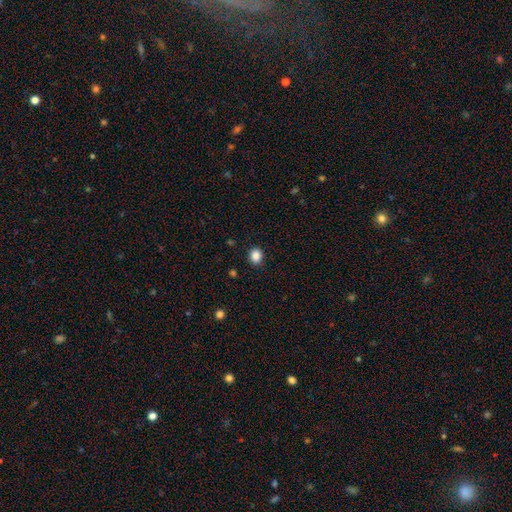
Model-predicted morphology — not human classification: The model was most divided on "how rounded": round: 60%, in between: 39%, cigar-shaped: 1%. More confident: merging — none (89%); smooth or featured — smooth (87%).